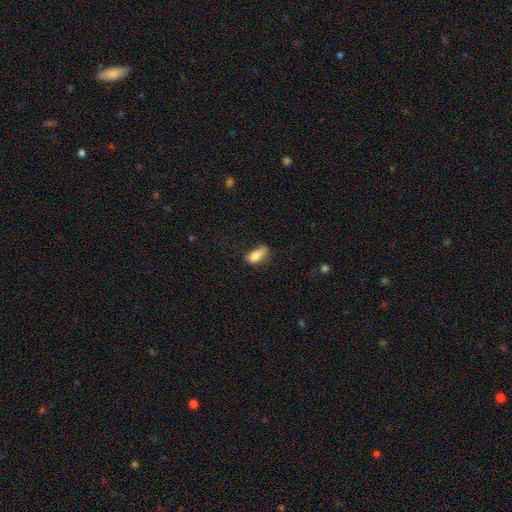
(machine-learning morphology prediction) Smooth or featured: smooth — 77% (featured or disk — 15%)
How rounded: in between — 83% (cigar-shaped — 11%)
Merging: none — 42% (minor disturbance — 35%)